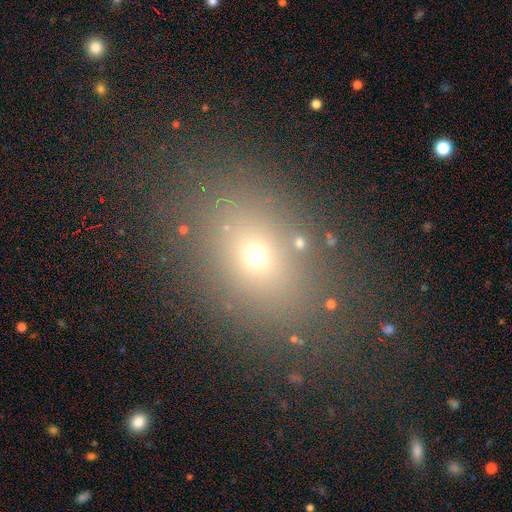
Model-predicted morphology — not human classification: type=smooth (62%); roundness=in between (66%); merging=none (80%).